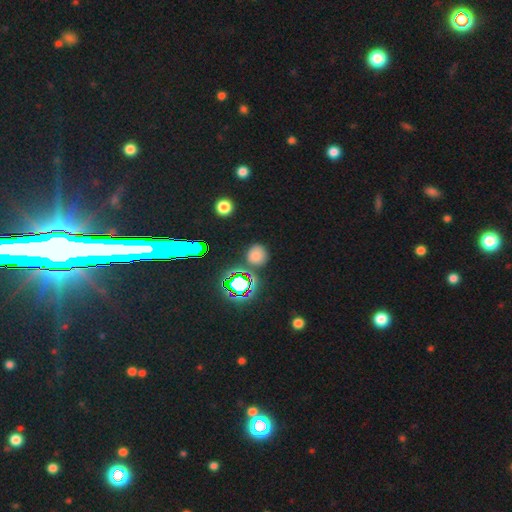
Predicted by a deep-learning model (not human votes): Overall: smooth (65%; star or artifact 28%). How rounded: round (91%). Merging: none (82%).